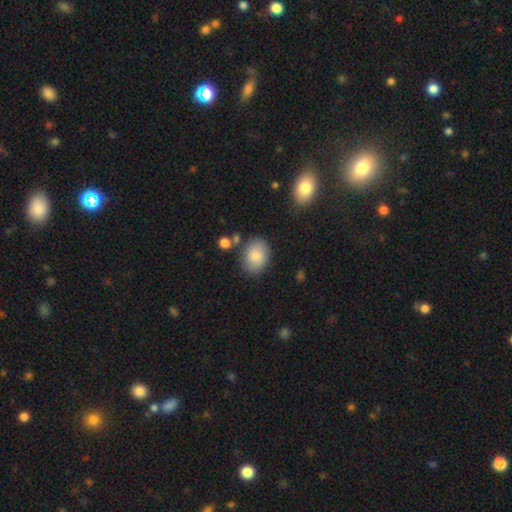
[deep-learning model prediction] Q: Smooth or featured?
A: smooth (83%); runner-up: featured or disk (10%)
Q: How rounded?
A: in between (71%); runner-up: round (28%)
Q: Merging?
A: none (78%); runner-up: minor disturbance (14%)